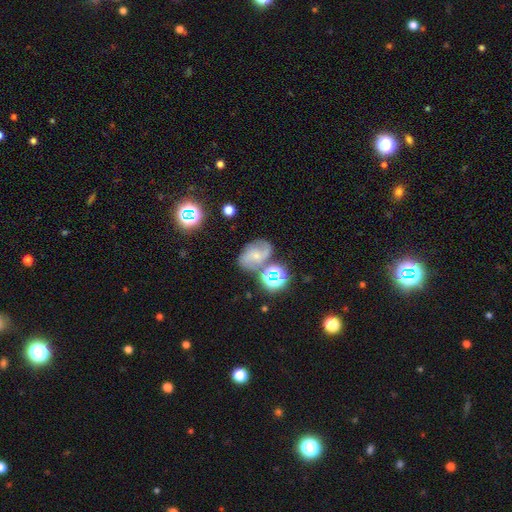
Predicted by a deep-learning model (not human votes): smooth_or_featured: featured or disk (p=0.56) [alt: smooth p=0.27]
disk_edge_on: no (p=0.97) [alt: yes p=0.03]
bar: no (p=0.54) [alt: weak p=0.36]
has_spiral_arms: yes (p=0.88) [alt: no p=0.12]
bulge_size: small (p=0.65) [alt: moderate p=0.25]
merging: none (p=0.58) [alt: minor disturbance p=0.20]